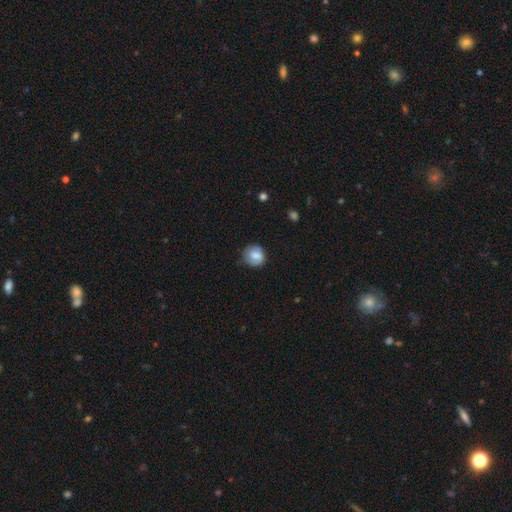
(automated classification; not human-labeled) The model was most divided on "smooth or featured": smooth: 67%, featured or disk: 25%, star or artifact: 8%. More confident: how rounded — round (81%); merging — none (67%).